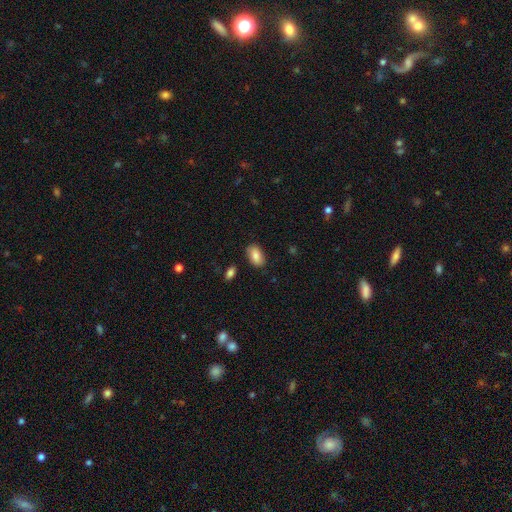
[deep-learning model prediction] smooth-or-featured: smooth: 85% | featured or disk: 8% | star or artifact: 7%
  how-rounded: in between: 93% | round: 5% | cigar-shaped: 2%
  merging: none: 84% | minor disturbance: 11% | major disturbance: 2% | merger: 2%